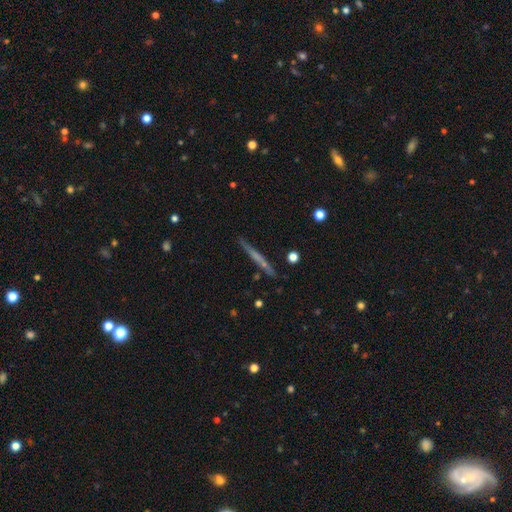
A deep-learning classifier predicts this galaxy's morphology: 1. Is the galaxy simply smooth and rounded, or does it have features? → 53% featured or disk, 40% smooth, 7% star or artifact.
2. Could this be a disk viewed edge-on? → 96% yes, 4% no.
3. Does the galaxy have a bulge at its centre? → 77% none, 18% rounded, 6% boxy.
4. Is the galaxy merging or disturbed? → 88% none, 8% minor disturbance, 2% major disturbance, 2% merger.